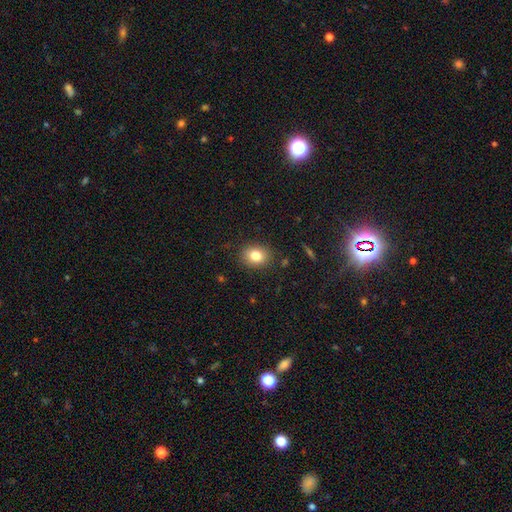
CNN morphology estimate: Smooth or featured? smooth (81%)
How rounded? round (50%)
Merging? none (87%)